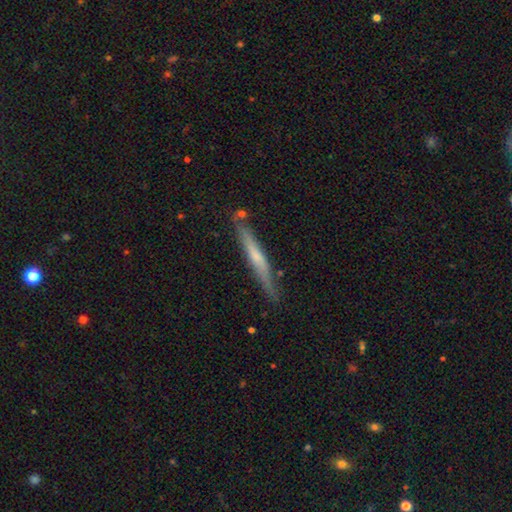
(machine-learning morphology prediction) The model was most divided on "edge-on bulge": none: 49%, rounded: 42%, boxy: 9%. More confident: edge-on disk — yes (95%); merging — none (82%); smooth or featured — featured or disk (55%).